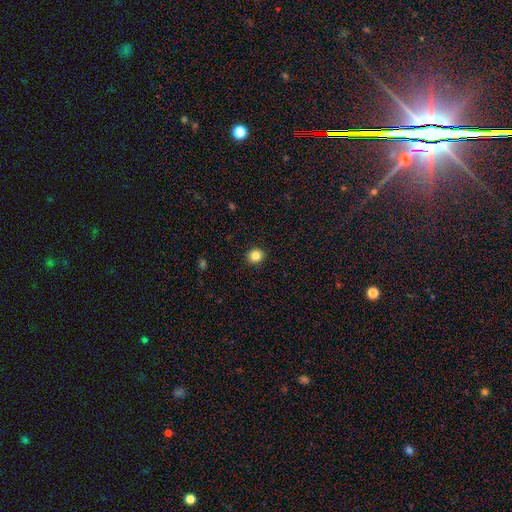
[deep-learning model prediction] smooth_or_featured: smooth (p=0.84) [alt: star or artifact p=0.11]
how_rounded: round (p=0.86) [alt: in between p=0.13]
merging: none (p=0.92) [alt: minor disturbance p=0.05]